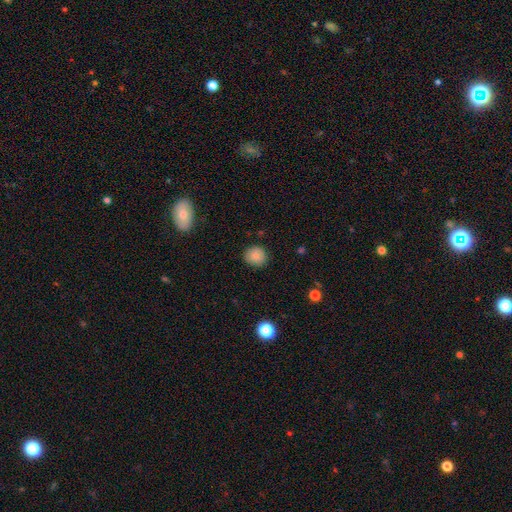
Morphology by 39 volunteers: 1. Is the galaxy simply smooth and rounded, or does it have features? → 82% smooth, 13% featured or disk, 5% star or artifact.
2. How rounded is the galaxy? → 91% round, 9% in between, 0% cigar-shaped.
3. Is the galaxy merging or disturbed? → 89% none, 8% minor disturbance, 3% major disturbance, 0% merger.